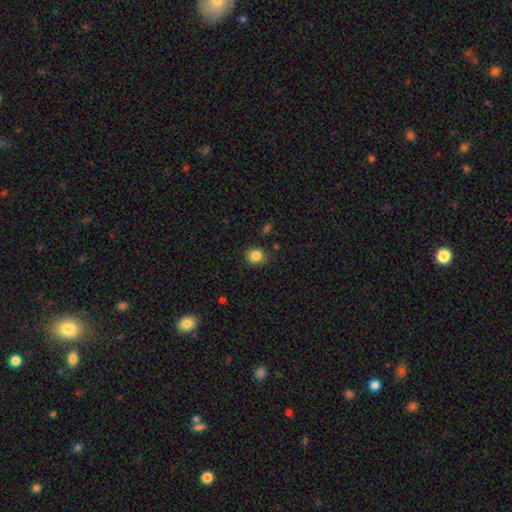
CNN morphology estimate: type=smooth (85%); roundness=round (77%); merging=none (87%).